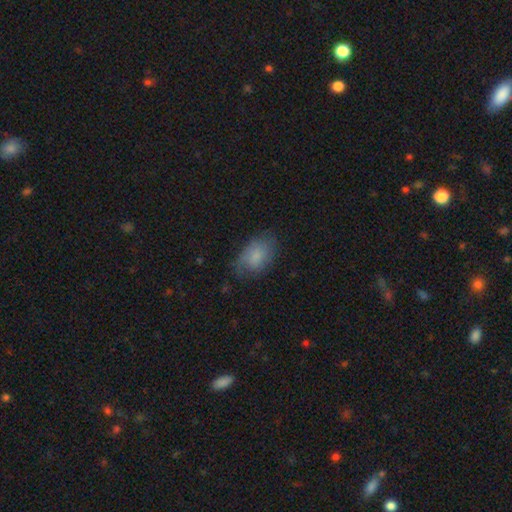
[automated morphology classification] smooth 75%, featured or disk 18%, star or artifact 7%. Down the decision tree: how rounded — in between (88%); merging — none (62%).